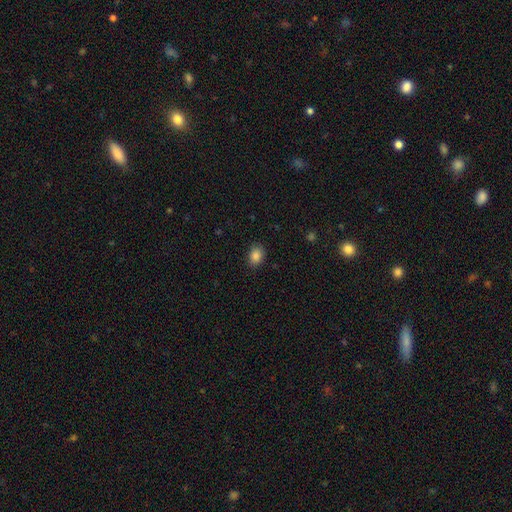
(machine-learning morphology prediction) This appears to be a smooth galaxy with no disk features (87%) that is in between round and cigar-shaped (69%). Merging: none (87%).